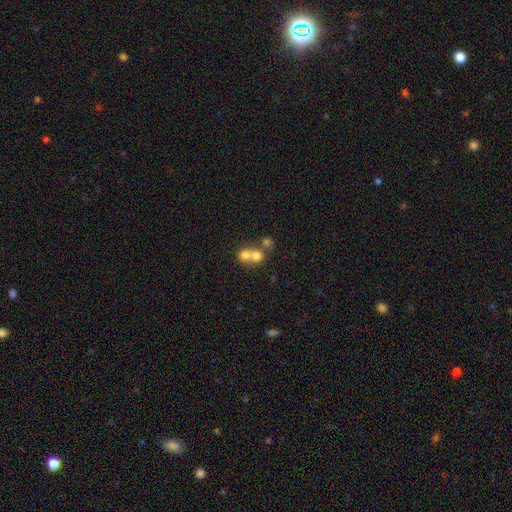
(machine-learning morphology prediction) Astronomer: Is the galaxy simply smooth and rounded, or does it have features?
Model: smooth — 72%.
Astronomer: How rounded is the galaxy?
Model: round — 80%.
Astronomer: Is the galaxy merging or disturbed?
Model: merger — 64%.